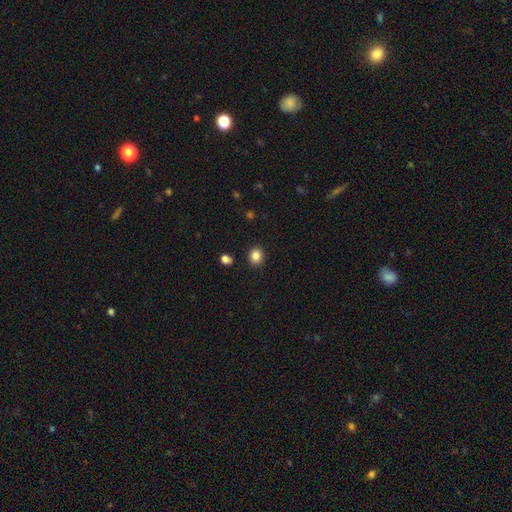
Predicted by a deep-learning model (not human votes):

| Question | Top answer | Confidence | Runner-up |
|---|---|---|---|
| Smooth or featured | smooth | 86% | star or artifact (11%) |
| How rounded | round | 71% | in between (28%) |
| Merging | none | 89% | minor disturbance (7%) |